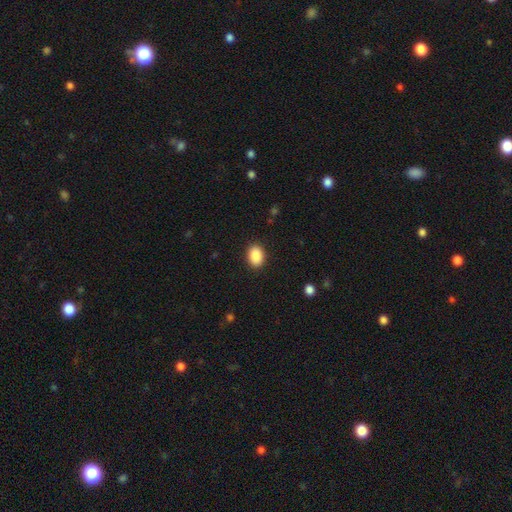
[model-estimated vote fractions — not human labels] Smooth or featured: smooth — 90% (star or artifact — 7%)
How rounded: in between — 76% (round — 23%)
Merging: none — 90% (minor disturbance — 7%)